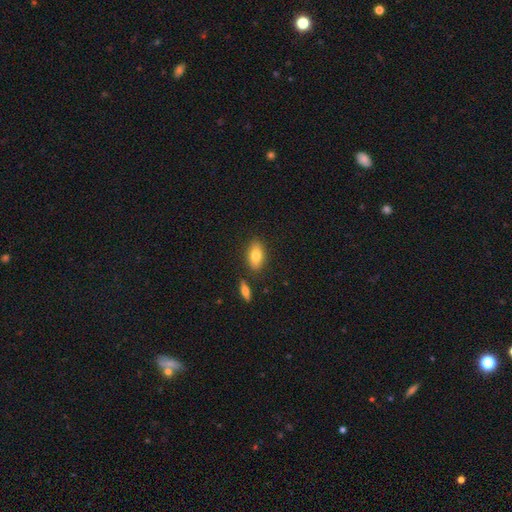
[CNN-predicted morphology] Overall: smooth (77%). How rounded: in between (87%). Merging: none (81%).